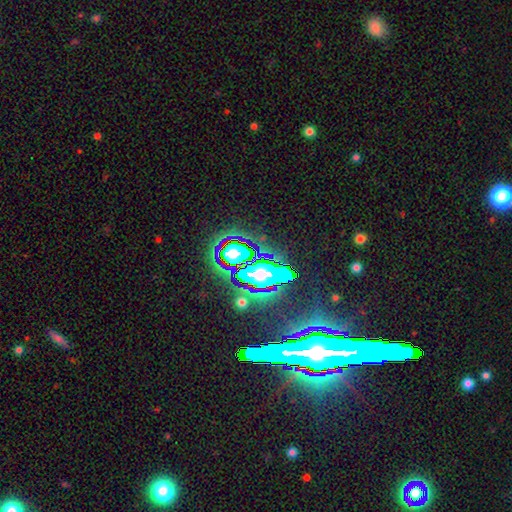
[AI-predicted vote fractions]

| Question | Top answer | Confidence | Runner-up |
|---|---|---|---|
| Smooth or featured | star or artifact | 72% | featured or disk (17%) |